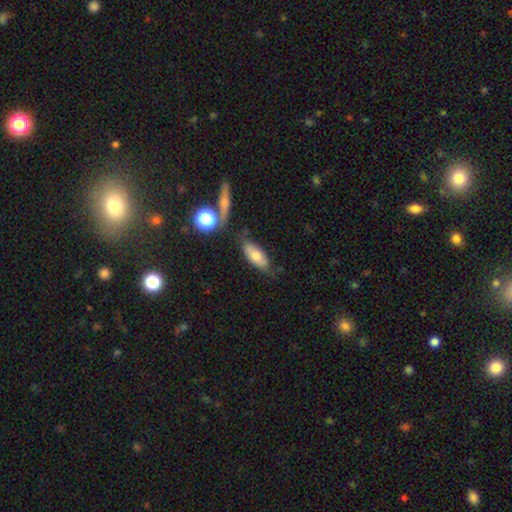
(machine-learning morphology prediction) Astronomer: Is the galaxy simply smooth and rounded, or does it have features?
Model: smooth — 71%.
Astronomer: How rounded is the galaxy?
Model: in between — 78%.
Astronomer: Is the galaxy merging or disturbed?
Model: none — 66%.